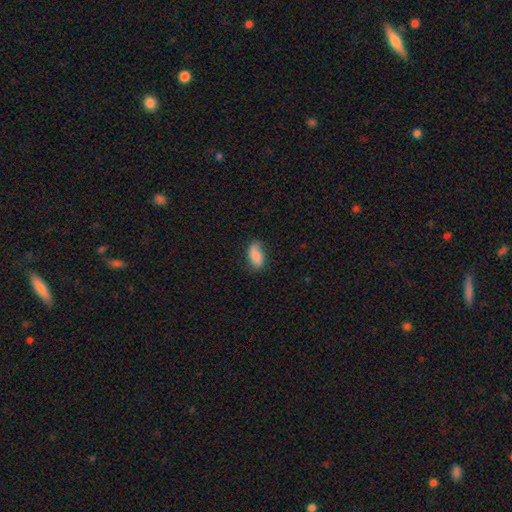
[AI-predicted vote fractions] smooth_or_featured: smooth (p=0.74) [alt: featured or disk p=0.19]
how_rounded: in between (p=0.91) [alt: round p=0.04]
merging: none (p=0.73) [alt: minor disturbance p=0.21]